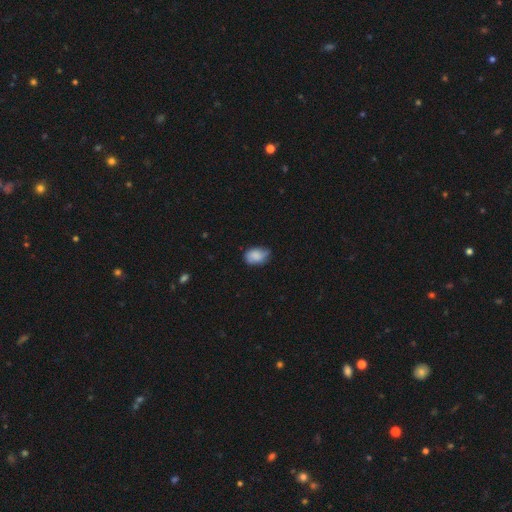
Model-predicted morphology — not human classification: smooth 79%, featured or disk 13%, star or artifact 8%. Down the decision tree: how rounded — in between (80%); merging — none (55%).